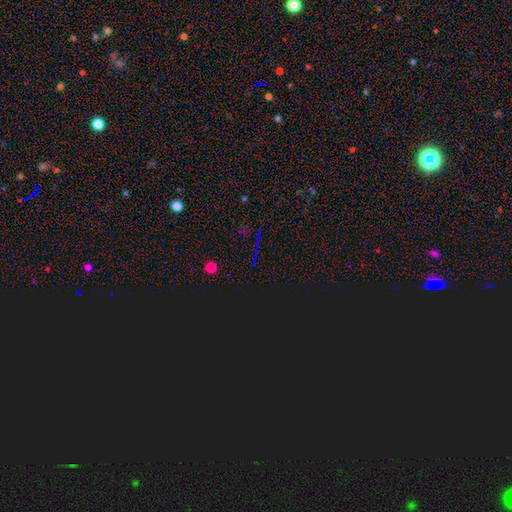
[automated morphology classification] A star or artifact, not a galaxy (77%).

Vote fractions:
- Smooth or featured? star or artifact: 77% / smooth: 14% / featured or disk: 9%